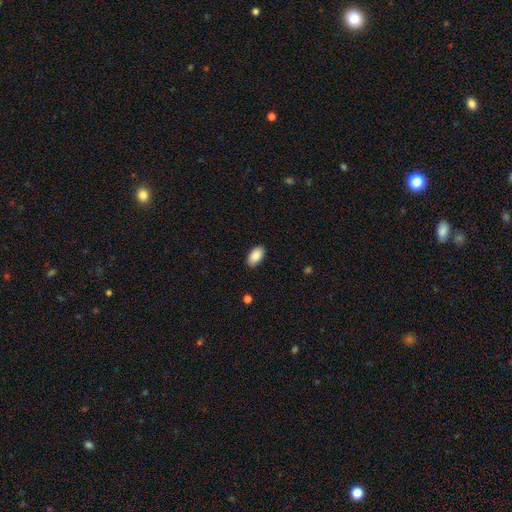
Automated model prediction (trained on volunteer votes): This appears to be a smooth galaxy with no disk features (89%) that is in between round and cigar-shaped (95%). Merging: none (89%).